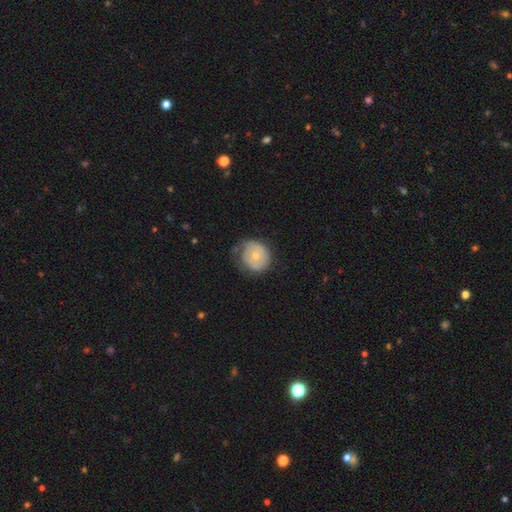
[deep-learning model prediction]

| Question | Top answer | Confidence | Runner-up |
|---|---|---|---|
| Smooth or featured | smooth | 52% | featured or disk (42%) |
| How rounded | round | 79% | in between (20%) |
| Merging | none | 49% | minor disturbance (32%) |